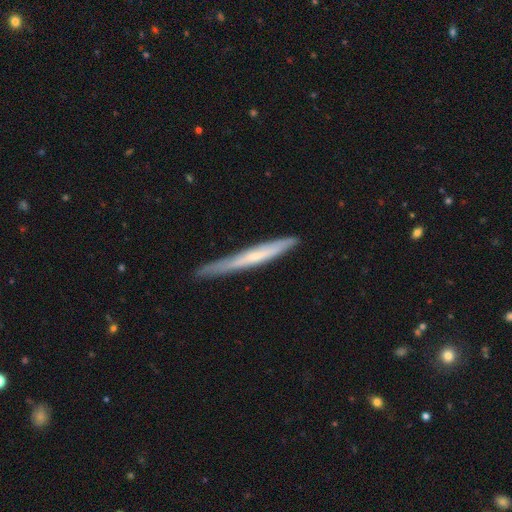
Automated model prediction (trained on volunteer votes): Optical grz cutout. It shows a featured or disk galaxy (50%). Merging: none (78%).